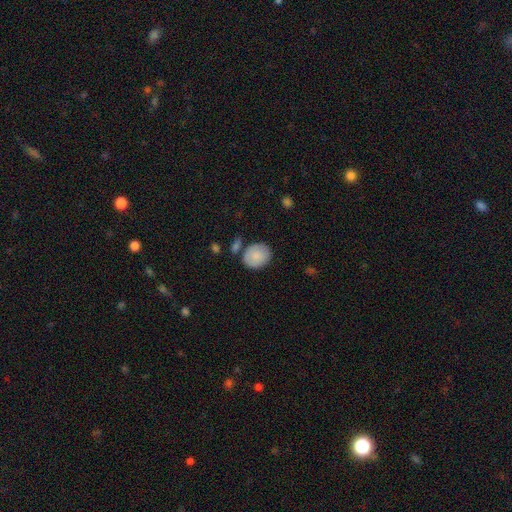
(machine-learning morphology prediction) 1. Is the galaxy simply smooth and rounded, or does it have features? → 84% smooth, 9% featured or disk, 6% star or artifact.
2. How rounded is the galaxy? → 59% round, 40% in between, 1% cigar-shaped.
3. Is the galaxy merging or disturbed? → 74% none, 15% minor disturbance, 7% merger, 4% major disturbance.